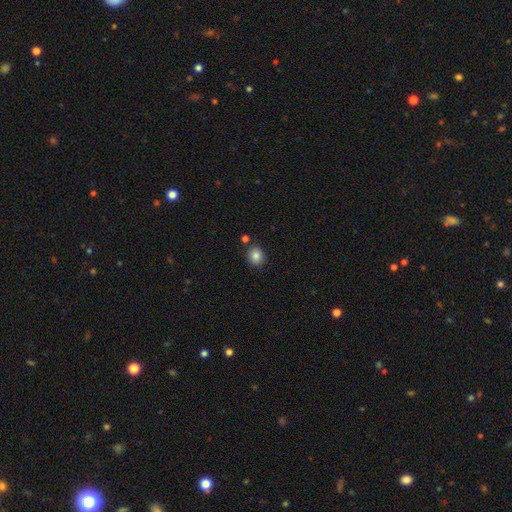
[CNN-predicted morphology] A smooth galaxy with no disk features (85%) that is round (73%). Merging: none (82%).